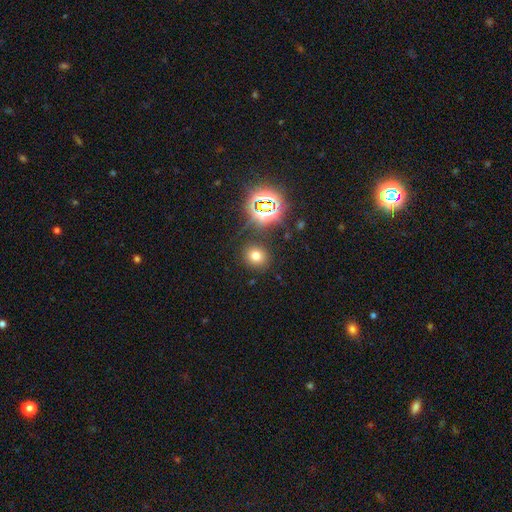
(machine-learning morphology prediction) A smooth galaxy with no disk features (66%) that is round (77%). Merging: none (85%).